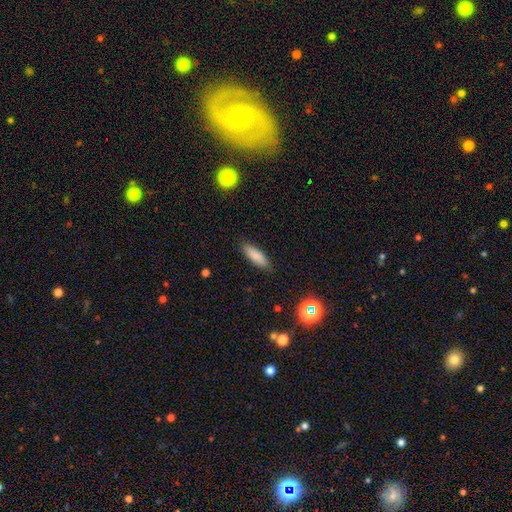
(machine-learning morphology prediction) The model was most divided on "how rounded": in between: 59%, cigar-shaped: 39%, round: 2%. More confident: merging — none (87%); smooth or featured — smooth (85%).